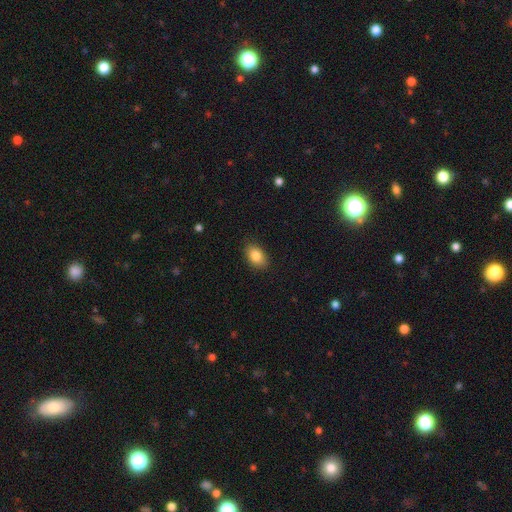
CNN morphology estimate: smooth 85%, star or artifact 8%, featured or disk 7%. Down the decision tree: how rounded — in between (85%); merging — none (87%).